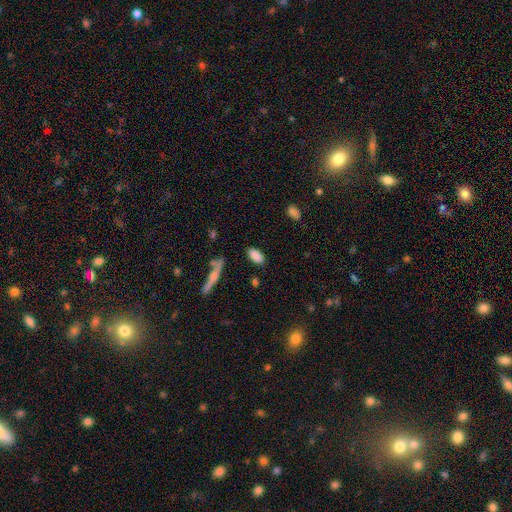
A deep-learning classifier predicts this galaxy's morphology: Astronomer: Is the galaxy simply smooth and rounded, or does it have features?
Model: smooth — 86%.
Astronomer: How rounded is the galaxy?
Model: in between — 90%.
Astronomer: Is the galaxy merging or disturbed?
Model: none — 84%.